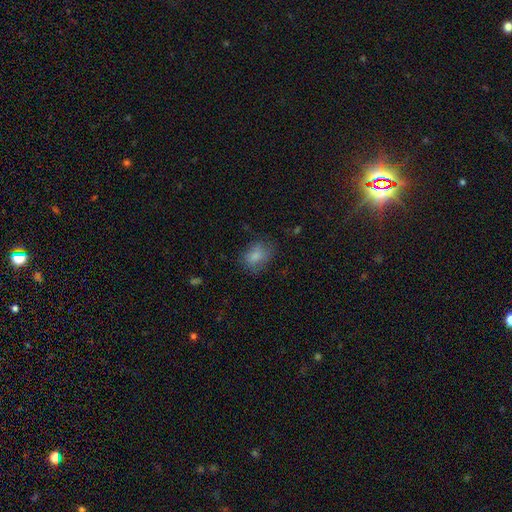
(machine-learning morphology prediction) Overall: smooth (79%). How rounded: in between (64%; round 34%). Merging: none (64%).